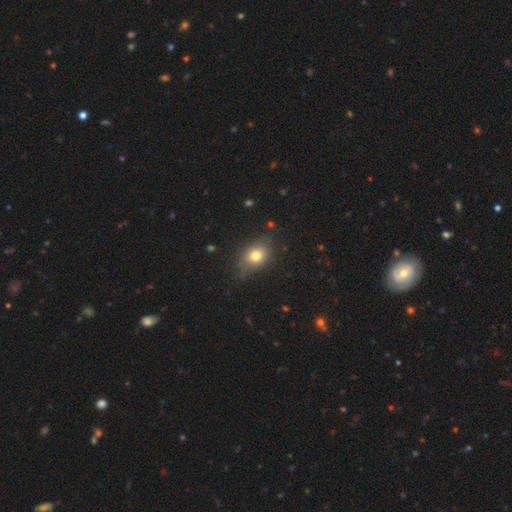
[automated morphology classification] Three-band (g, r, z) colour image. It shows a smooth galaxy with no disk features (75%) that is in between round and cigar-shaped (64%). Merging: none (73%).